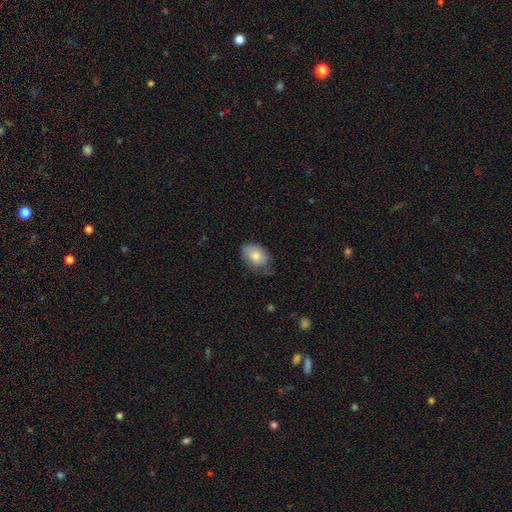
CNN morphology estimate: Smooth or featured?
  - smooth: 78% *
  - featured or disk: 14%
  - star or artifact: 7%
How rounded?
  - in between: 78% *
  - round: 21%
  - cigar-shaped: 1%
Merging?
  - none: 55% *
  - minor disturbance: 35%
  - major disturbance: 8%
  - merger: 1%